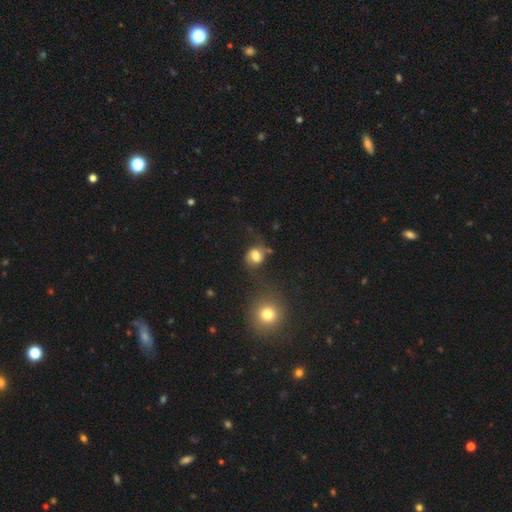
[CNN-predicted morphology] type=smooth (63%); roundness=round (68%); merging=none (51%).